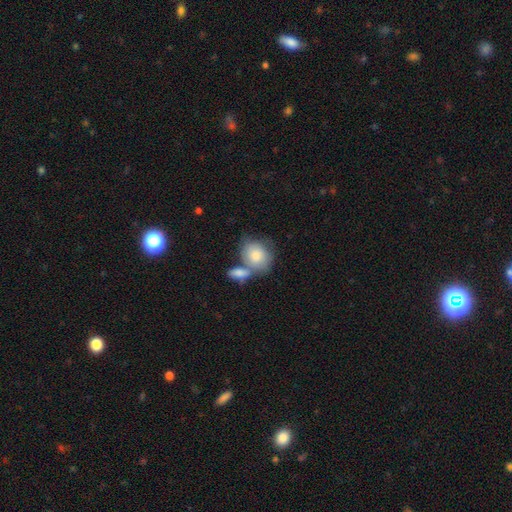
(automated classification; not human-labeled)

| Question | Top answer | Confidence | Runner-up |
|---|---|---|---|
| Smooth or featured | smooth | 80% | featured or disk (14%) |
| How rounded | round | 52% | in between (47%) |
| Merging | merger | 44% | none (36%) |